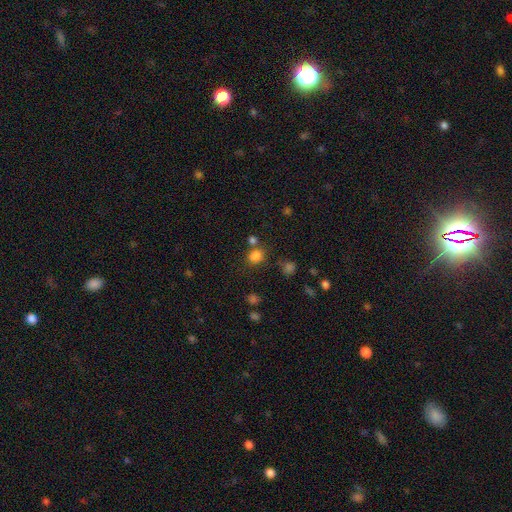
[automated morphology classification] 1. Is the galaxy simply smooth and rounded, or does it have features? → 80% smooth, 15% star or artifact, 5% featured or disk.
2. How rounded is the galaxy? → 58% round, 41% in between, 1% cigar-shaped.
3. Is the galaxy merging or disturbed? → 66% none, 16% merger, 13% minor disturbance, 5% major disturbance.